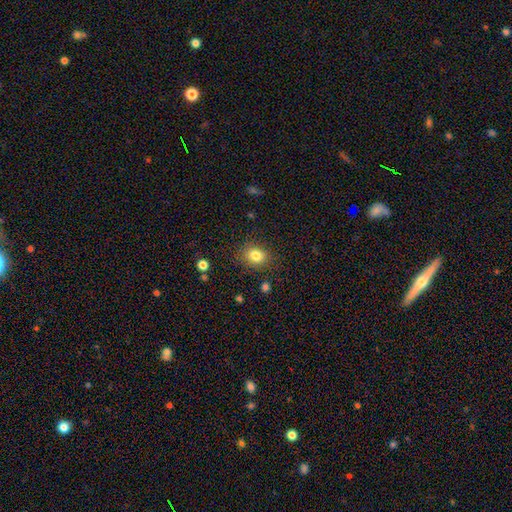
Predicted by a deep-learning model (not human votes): Smooth or featured? Predicted: smooth (p=0.82). How rounded? Predicted: round (p=0.57). Merging? Predicted: none (p=0.85).